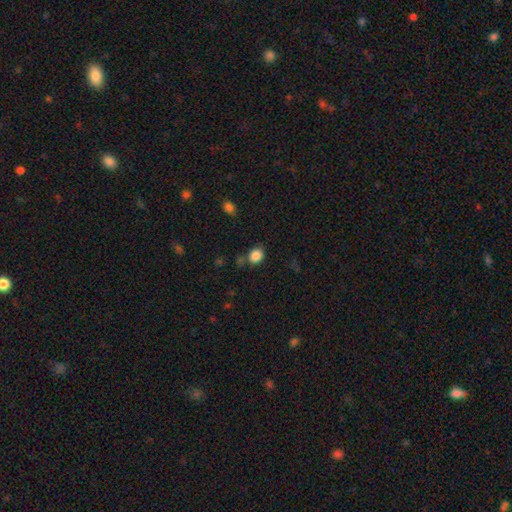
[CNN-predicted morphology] type=smooth (86%); roundness=round (54%); merging=none (69%).